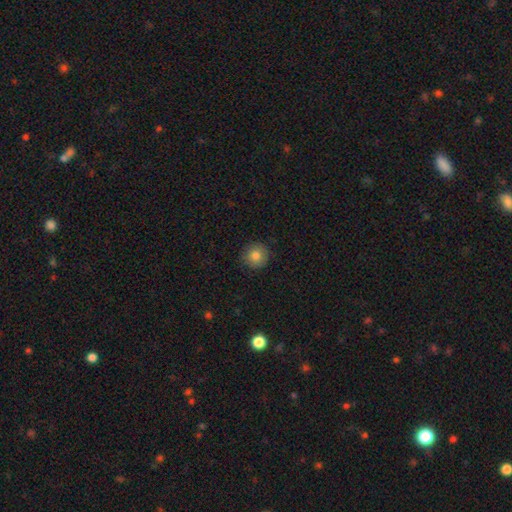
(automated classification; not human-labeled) This appears to be a smooth galaxy with no disk features (82%) that is round (94%). Merging: none (88%).